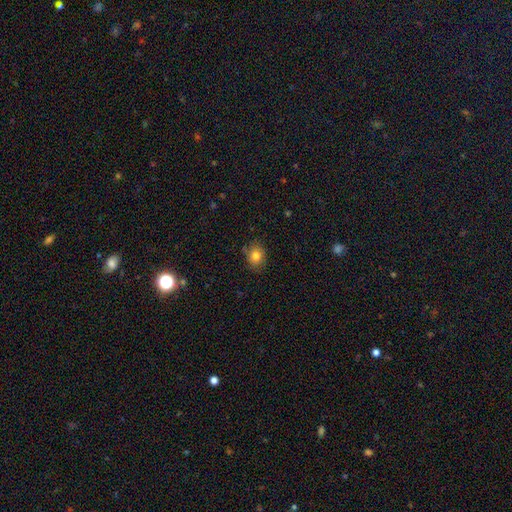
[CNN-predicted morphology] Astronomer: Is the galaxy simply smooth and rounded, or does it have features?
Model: smooth — 81%.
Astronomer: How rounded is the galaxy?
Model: round — 62% (runner-up: in between, 37%).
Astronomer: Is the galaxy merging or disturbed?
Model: none — 82%.